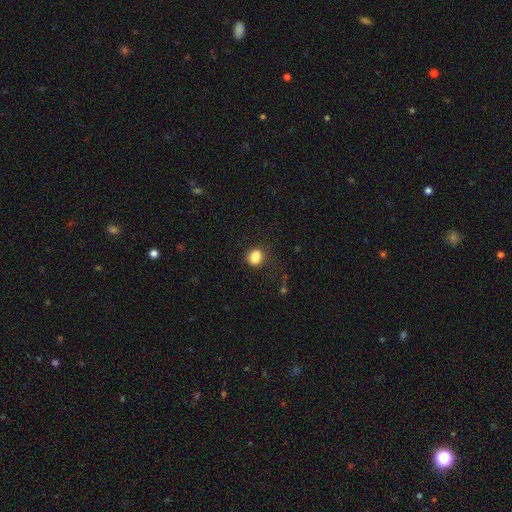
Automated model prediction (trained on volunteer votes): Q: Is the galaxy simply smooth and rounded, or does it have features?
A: smooth — 84%.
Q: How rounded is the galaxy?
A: round — 55%.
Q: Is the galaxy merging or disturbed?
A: none — 67%.